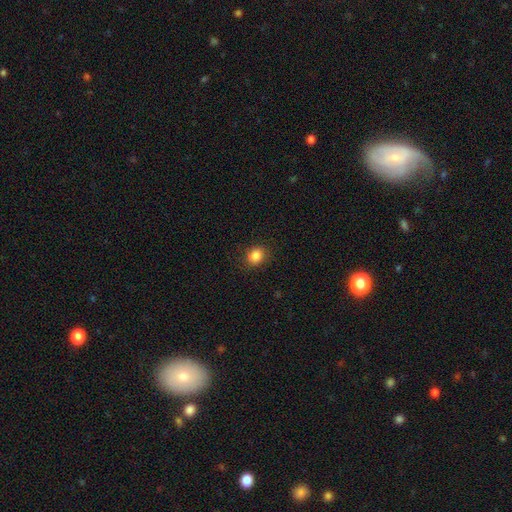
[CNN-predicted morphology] This appears to be a smooth galaxy with no disk features (86%) that is round (66%). Merging: none (87%).